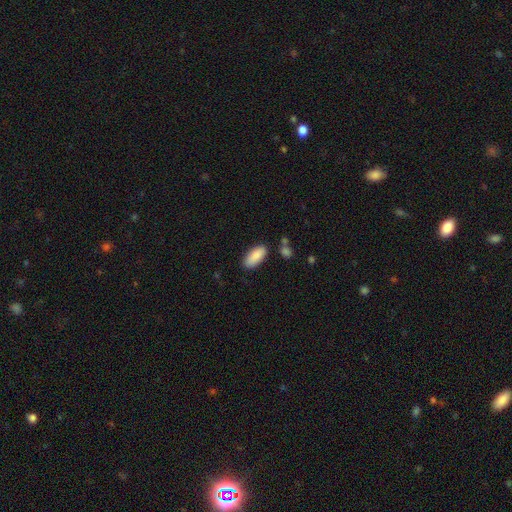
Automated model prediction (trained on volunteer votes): This is clearly a smooth galaxy (89%). How rounded: clearly in between (88%). Merging: clearly none (81%).